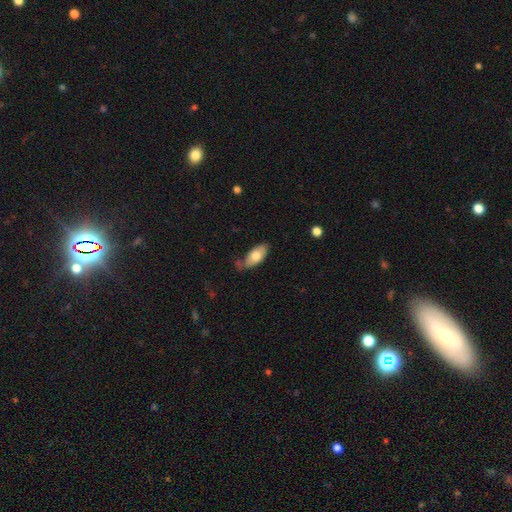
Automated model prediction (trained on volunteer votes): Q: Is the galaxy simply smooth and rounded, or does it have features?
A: smooth — 75%.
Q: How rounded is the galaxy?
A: in between — 91%.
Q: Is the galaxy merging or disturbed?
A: none — 59%.